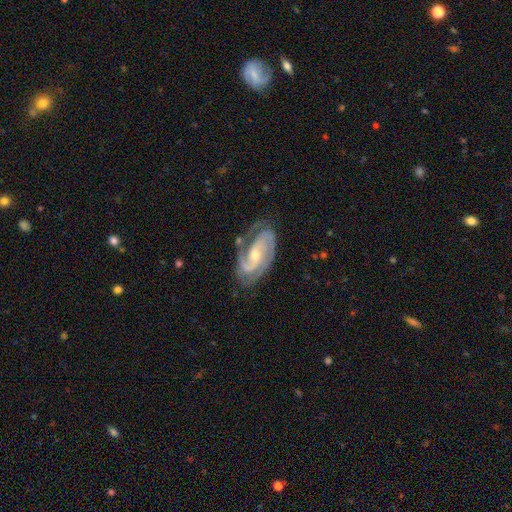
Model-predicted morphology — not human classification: Q: Smooth or featured?
A: featured or disk (90%); runner-up: smooth (5%)
Q: Edge-on disk?
A: no (96%); runner-up: yes (4%)
Q: Bar?
A: no (45%); runner-up: weak (37%)
Q: Spiral arms?
A: yes (98%); runner-up: no (2%)
Q: Spiral winding?
A: tight (46%); runner-up: medium (45%)
Q: Spiral arm count?
A: 2 (81%); runner-up: 3 (9%)
Q: Bulge size?
A: small (50%); runner-up: moderate (47%)
Q: Merging?
A: none (73%); runner-up: minor disturbance (18%)